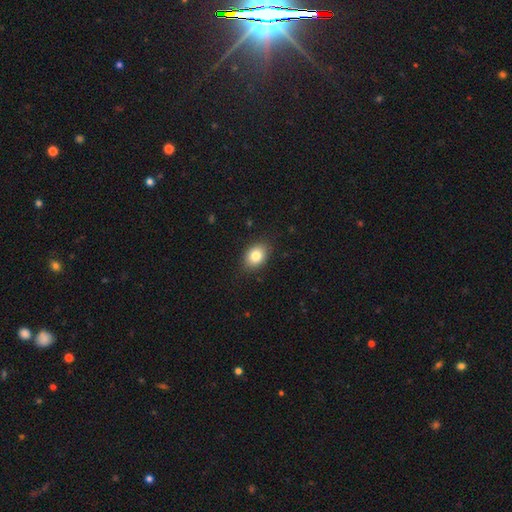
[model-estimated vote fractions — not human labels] Smooth or featured? smooth (82%)
How rounded? in between (70%)
Merging? none (86%)